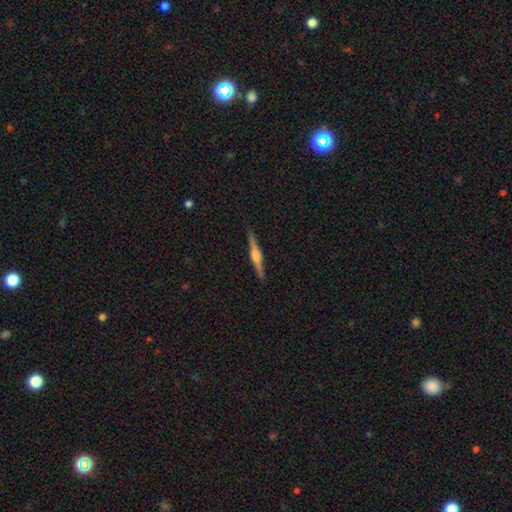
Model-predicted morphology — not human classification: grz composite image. It shows a featured or disk galaxy (79%) viewed edge-on (98%) with a rounded central bulge (89%). Merging: none (91%).